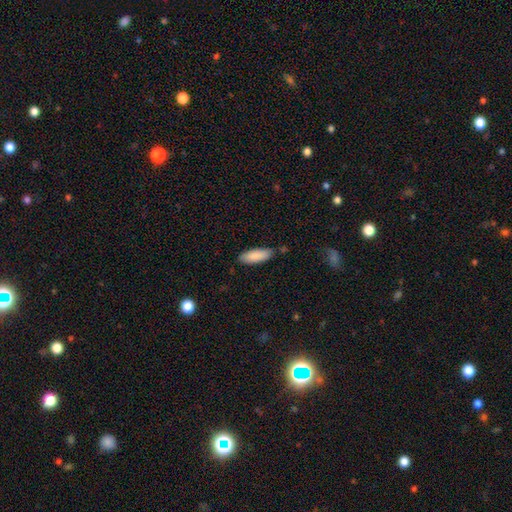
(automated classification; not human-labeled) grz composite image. It shows a smooth galaxy with no disk features (89%) that is in between round and cigar-shaped (65%). Merging: none (80%).